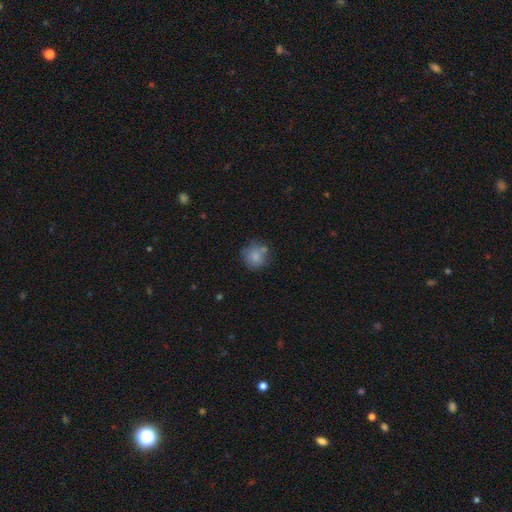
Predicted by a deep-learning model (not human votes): smooth 78%, featured or disk 13%, star or artifact 10%. Down the decision tree: how rounded — round (85%); merging — none (61%).